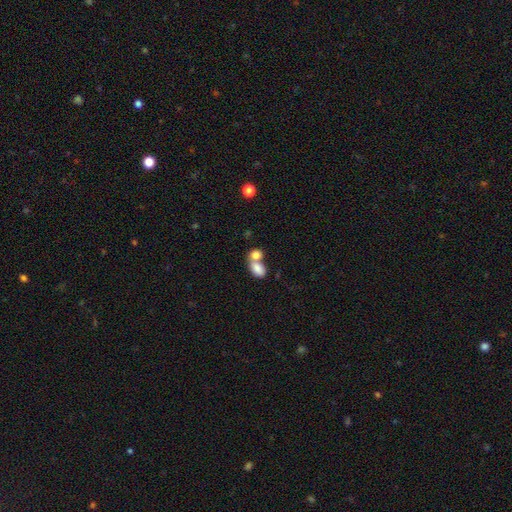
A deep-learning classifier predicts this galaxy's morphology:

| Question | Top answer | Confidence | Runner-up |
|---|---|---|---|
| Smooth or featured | smooth | 81% | featured or disk (11%) |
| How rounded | in between | 76% | round (23%) |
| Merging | merger | 64% | none (26%) |